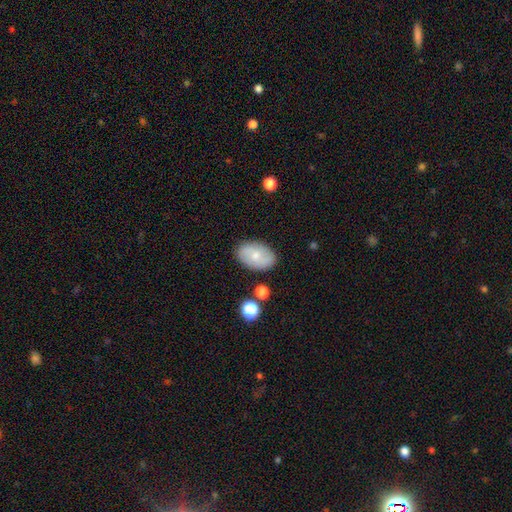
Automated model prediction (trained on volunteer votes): Overall: smooth (62%; featured or disk 30%). How rounded: in between (86%). Merging: none (83%).